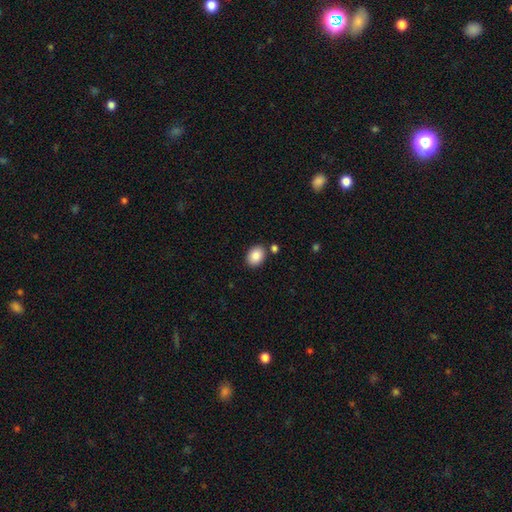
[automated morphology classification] This appears to be a smooth galaxy with no disk features (87%) that is in between round and cigar-shaped (68%). Merging: none (84%).